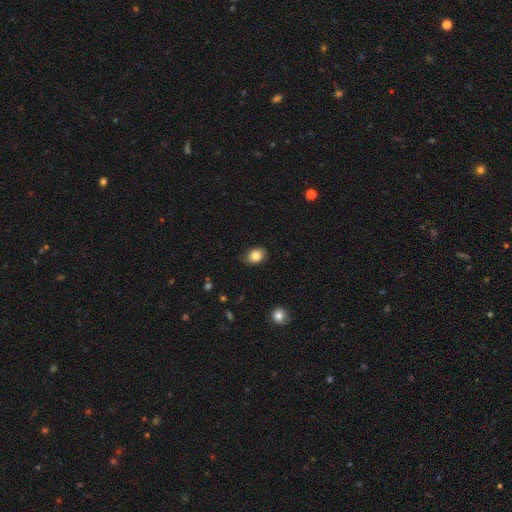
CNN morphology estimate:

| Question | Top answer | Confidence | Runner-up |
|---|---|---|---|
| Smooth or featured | smooth | 82% | featured or disk (9%) |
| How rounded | in between | 74% | round (25%) |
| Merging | none | 80% | minor disturbance (16%) |